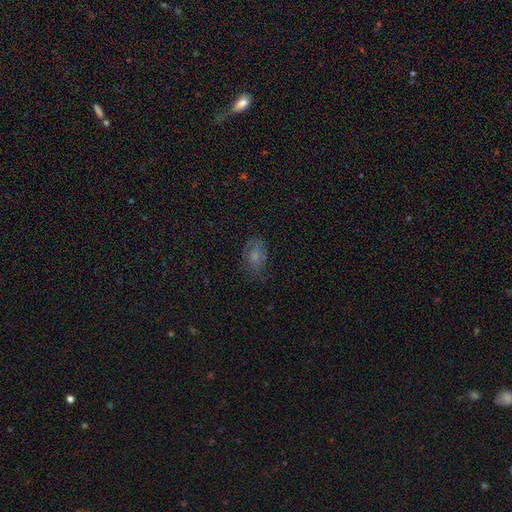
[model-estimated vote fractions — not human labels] smooth_or_featured: smooth (p=0.56) [alt: featured or disk p=0.27]
how_rounded: in between (p=0.76) [alt: round p=0.22]
merging: none (p=0.61) [alt: minor disturbance p=0.25]